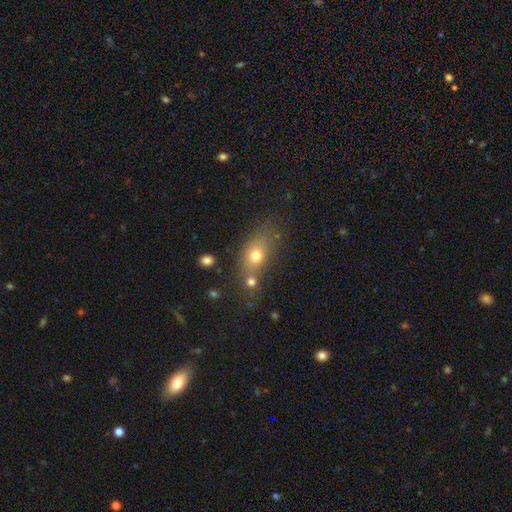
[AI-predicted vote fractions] A smooth galaxy with no disk features (72%) that is in between round and cigar-shaped (62%). Merging: none (52%).